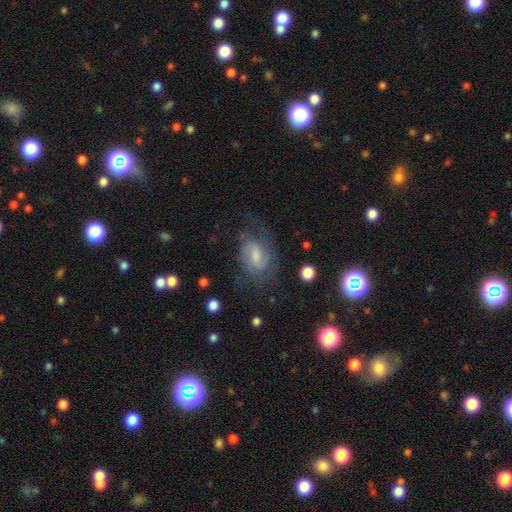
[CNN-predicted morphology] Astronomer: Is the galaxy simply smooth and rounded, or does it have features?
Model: featured or disk — 59%.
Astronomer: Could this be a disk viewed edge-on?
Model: no — 96%.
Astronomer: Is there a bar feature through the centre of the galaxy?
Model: weak — 53% (runner-up: no, 34%).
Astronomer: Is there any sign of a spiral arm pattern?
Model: yes — 87%.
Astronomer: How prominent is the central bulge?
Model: moderate — 40%, tied with small at 40%.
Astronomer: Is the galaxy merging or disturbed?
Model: none — 65%.